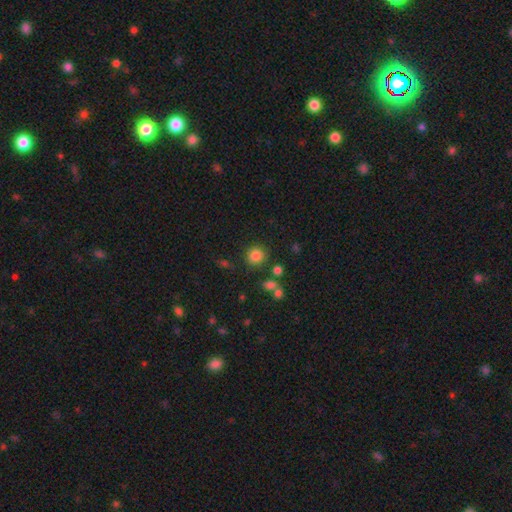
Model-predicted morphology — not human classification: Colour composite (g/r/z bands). It shows a smooth galaxy with no disk features (82%) that is round (91%). Merging: none (84%).